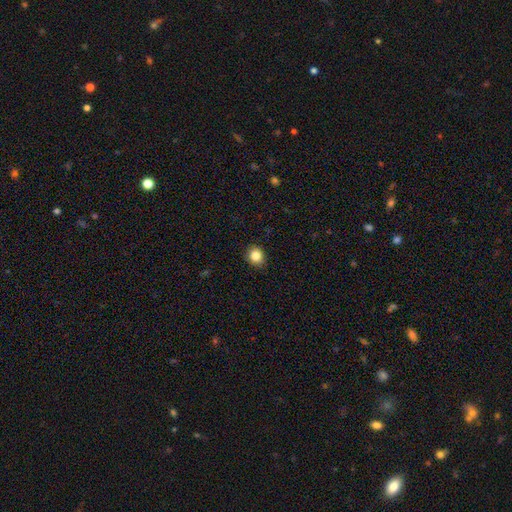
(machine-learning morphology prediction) Smooth or featured? smooth (85%)
How rounded? round (81%)
Merging? none (91%)